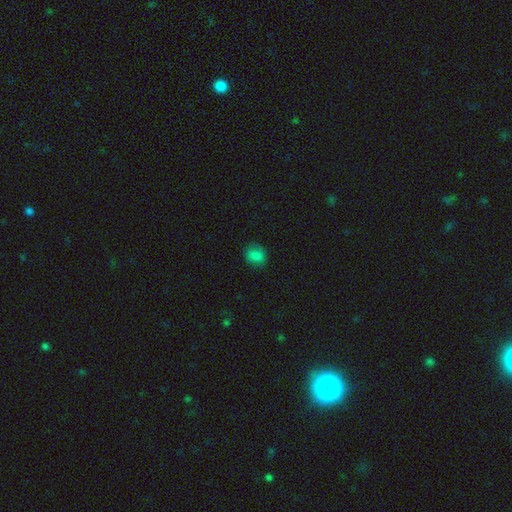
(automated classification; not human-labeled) This appears to be a smooth galaxy with no disk features (81%) that is round (54%). Merging: none (81%).